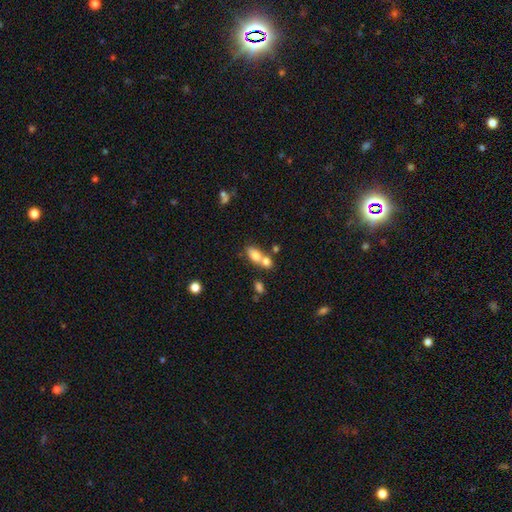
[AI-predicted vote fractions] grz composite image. It shows a smooth galaxy with no disk features (74%) that is in between round and cigar-shaped (80%). Merging: merger (57%).